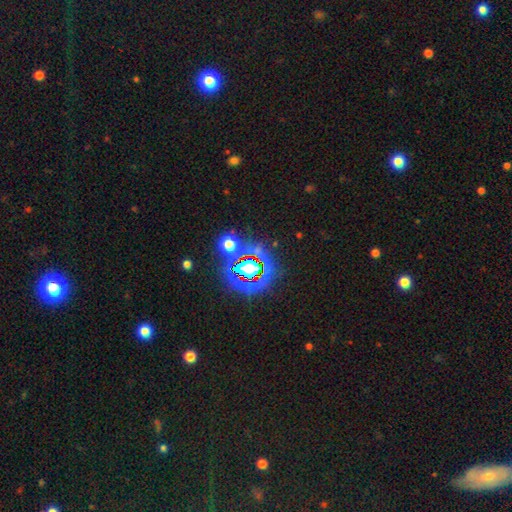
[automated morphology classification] smooth_or_featured: star or artifact (p=0.72) [alt: smooth p=0.18]